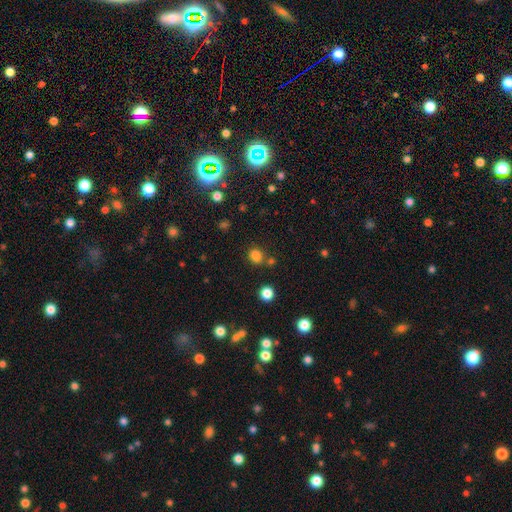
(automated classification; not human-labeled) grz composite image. It shows a smooth galaxy with no disk features (79%) that is round (67%). Merging: none (73%).